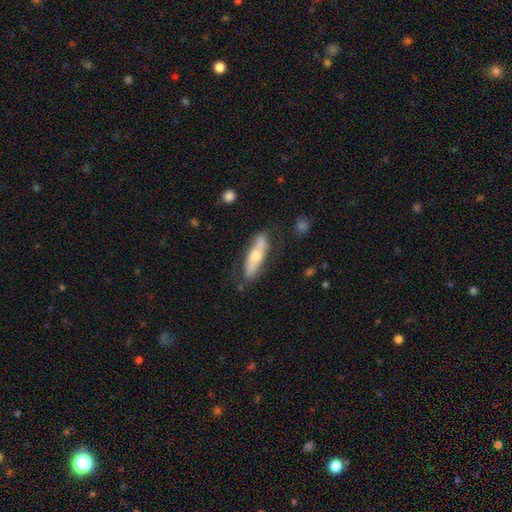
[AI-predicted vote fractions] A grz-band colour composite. It shows a smooth galaxy with no disk features (50%) that is cigar-shaped (57%). Merging: none (75%).